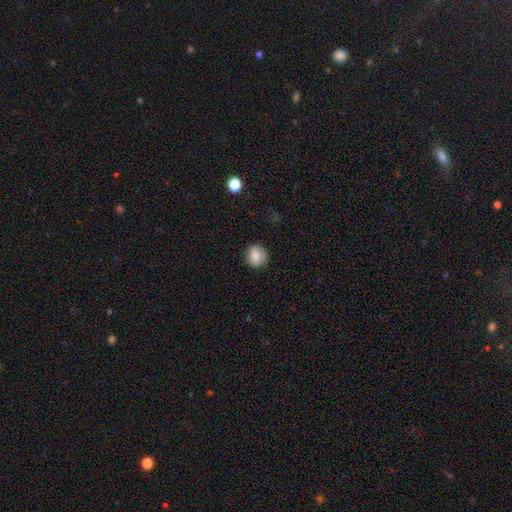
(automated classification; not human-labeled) smooth 80%, featured or disk 12%, star or artifact 8%. Down the decision tree: how rounded — round (81%); merging — none (83%).